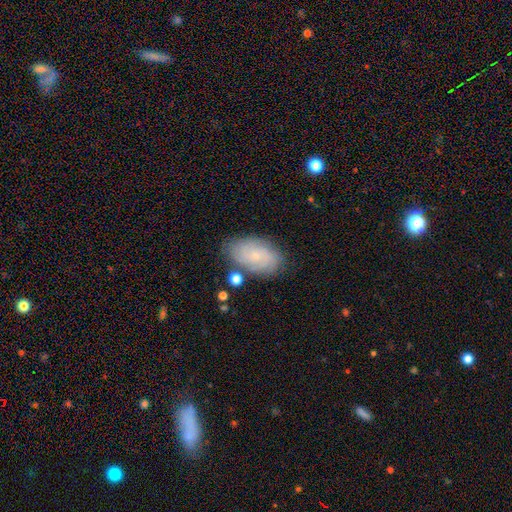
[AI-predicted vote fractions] Smooth or featured?
  - featured or disk: 52% *
  - smooth: 39%
  - star or artifact: 9%
Edge-on disk?
  - no: 95% *
  - yes: 5%
Merging?
  - none: 75% *
  - minor disturbance: 16%
  - major disturbance: 4%
  - merger: 4%